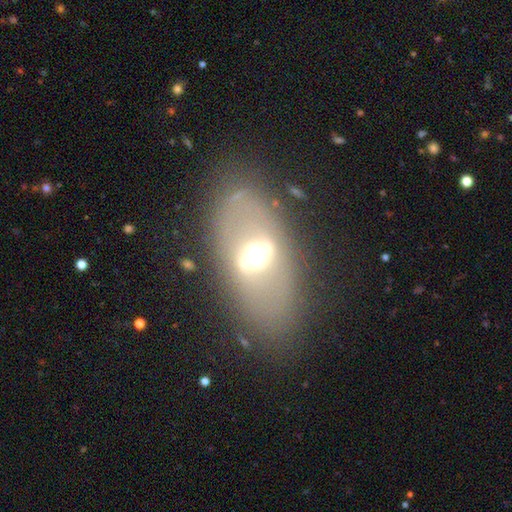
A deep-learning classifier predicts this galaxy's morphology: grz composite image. It shows a featured or disk galaxy (58%). Merging: none (78%).